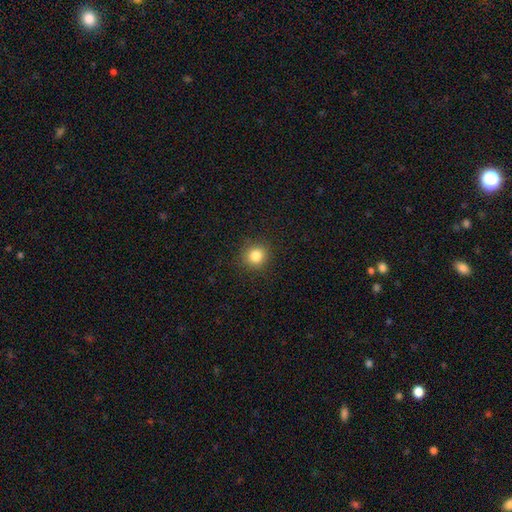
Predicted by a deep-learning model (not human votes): Smooth or featured: smooth — 84% (star or artifact — 11%)
How rounded: round — 91% (in between — 8%)
Merging: none — 90% (minor disturbance — 7%)